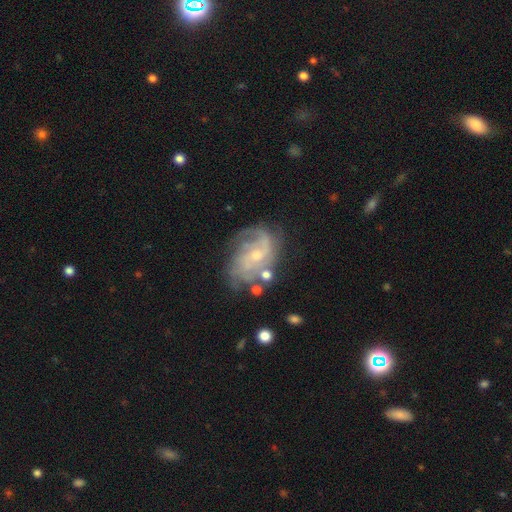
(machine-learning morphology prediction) smooth_or_featured: featured or disk (p=0.81) [alt: smooth p=0.11]
disk_edge_on: no (p=0.97) [alt: yes p=0.03]
bar: no (p=0.58) [alt: weak p=0.36]
has_spiral_arms: yes (p=0.90) [alt: no p=0.10]
spiral_winding: medium (p=0.40) [alt: tight p=0.39]
spiral_arm_count: can't tell (p=0.36) [alt: 2 p=0.26]
bulge_size: small (p=0.58) [alt: moderate p=0.34]
merging: none (p=0.58) [alt: minor disturbance p=0.22]